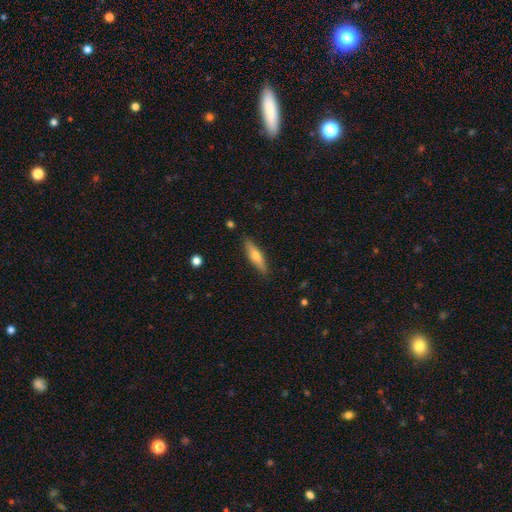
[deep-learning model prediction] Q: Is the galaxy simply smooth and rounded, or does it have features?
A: smooth — 53%.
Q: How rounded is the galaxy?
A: cigar-shaped — 75%.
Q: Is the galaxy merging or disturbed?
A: none — 89%.